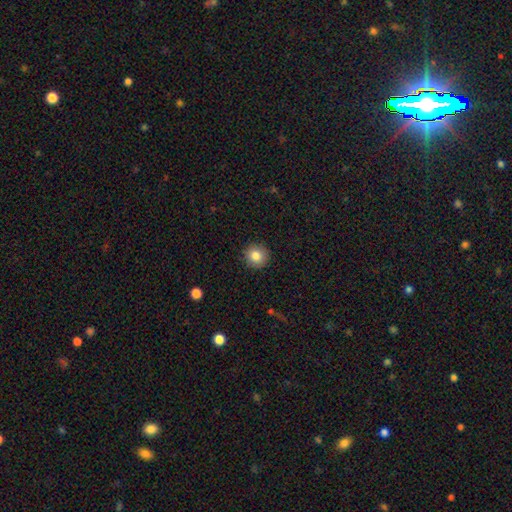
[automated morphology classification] type=smooth (83%); roundness=round (93%); merging=none (91%).